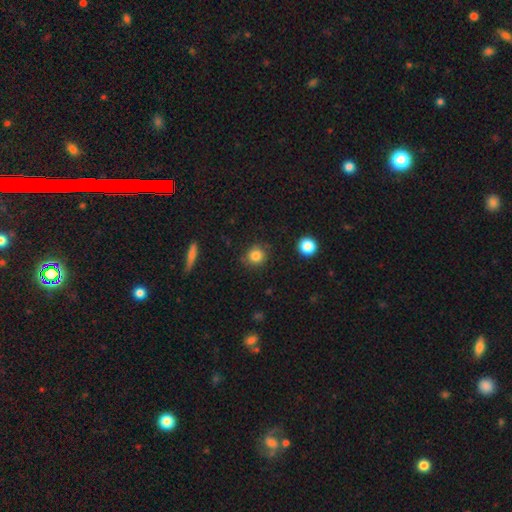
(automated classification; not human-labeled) The model was most divided on "smooth or featured": smooth: 84%, star or artifact: 11%, featured or disk: 6%. More confident: how rounded — round (89%); merging — none (85%).